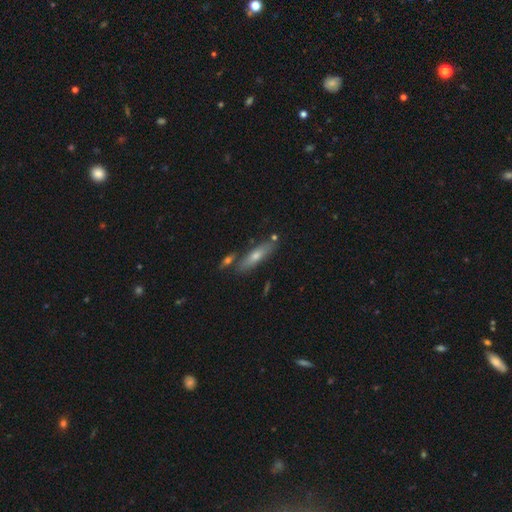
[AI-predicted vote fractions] The model was most divided on "smooth or featured": smooth: 49%, featured or disk: 43%, star or artifact: 9%. More confident: merging — none (76%).